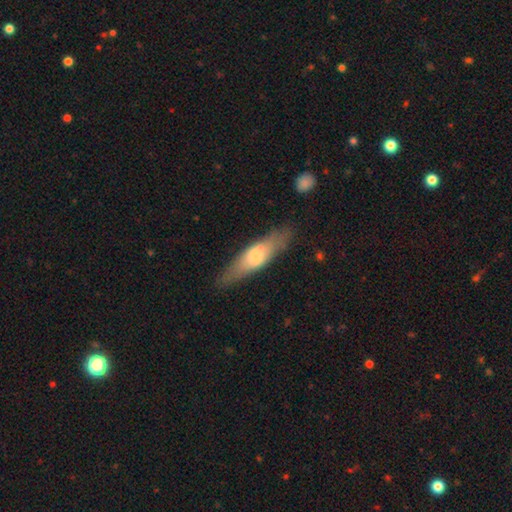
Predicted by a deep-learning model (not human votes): Smooth or featured? Predicted: smooth (p=0.54). How rounded? Predicted: cigar-shaped (p=0.65). Merging? Predicted: none (p=0.80).